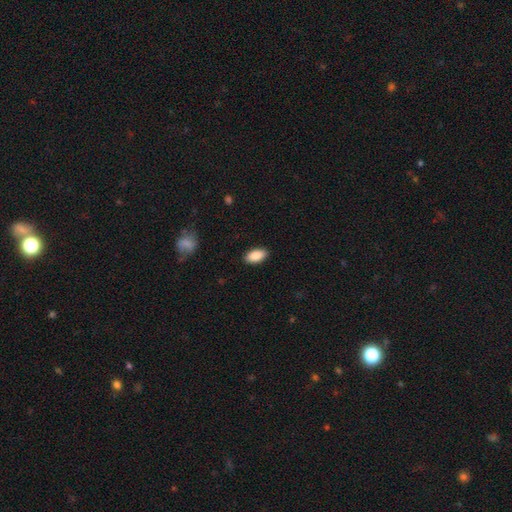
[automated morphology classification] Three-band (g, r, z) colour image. It shows a smooth galaxy with no disk features (89%) that is in between round and cigar-shaped (93%). Merging: none (89%).